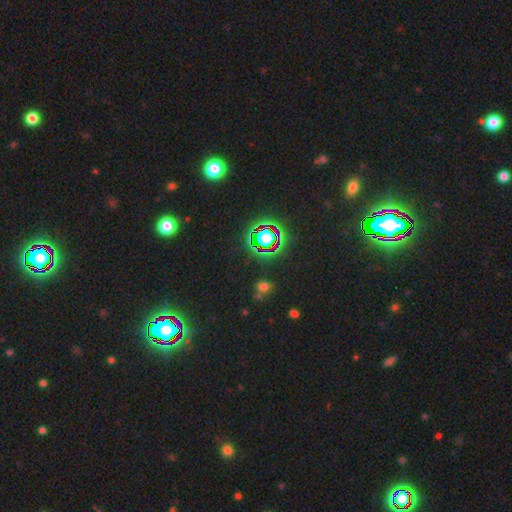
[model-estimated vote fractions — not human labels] Smooth or featured: star or artifact — 82% (smooth — 11%)